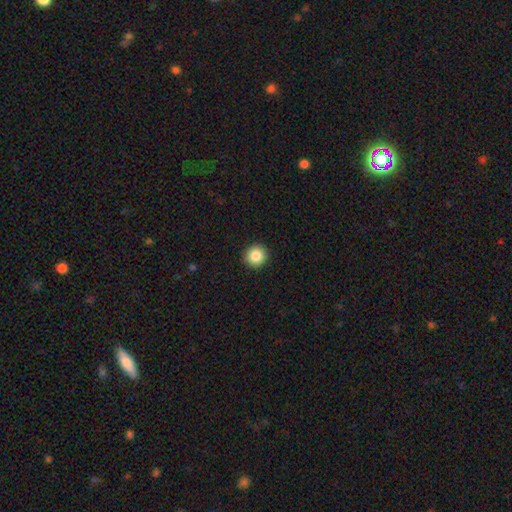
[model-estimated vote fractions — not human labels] This is clearly a smooth galaxy (85%). How rounded: clearly round (93%). Merging: clearly none (92%).